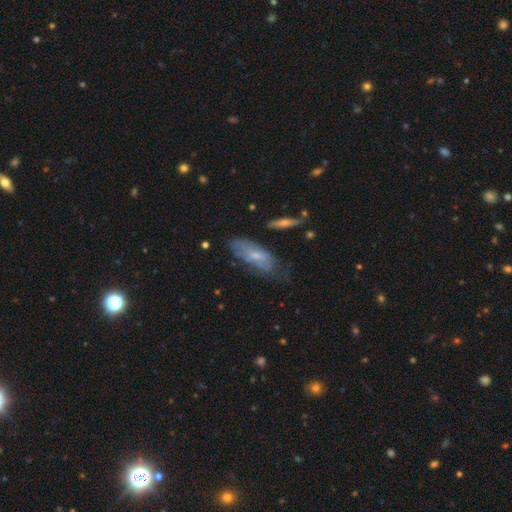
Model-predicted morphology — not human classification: smooth 47%, featured or disk 45%, star or artifact 8%. Down the decision tree: merging — none (53%).